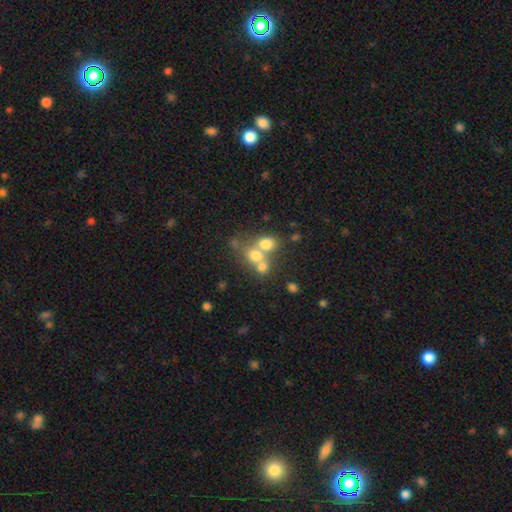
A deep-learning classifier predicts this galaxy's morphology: A smooth galaxy with no disk features (66%) that is round (64%). Merging: merger (57%).